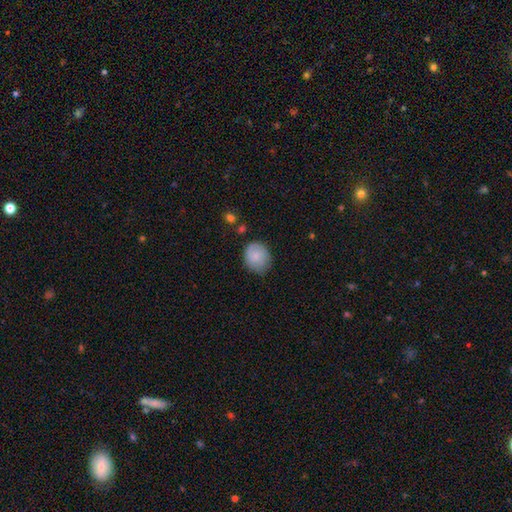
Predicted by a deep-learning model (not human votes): Smooth or featured?
  - smooth: 77% *
  - featured or disk: 16%
  - star or artifact: 7%
How rounded?
  - round: 68% *
  - in between: 32%
  - cigar-shaped: 1%
Merging?
  - none: 68% *
  - minor disturbance: 25%
  - major disturbance: 5%
  - merger: 2%